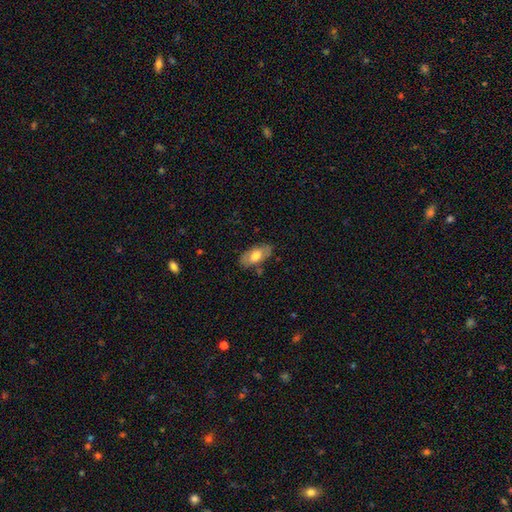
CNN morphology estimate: Smooth or featured? Predicted: smooth (p=0.62). How rounded? Predicted: in between (p=0.91). Merging? Predicted: none (p=0.77).